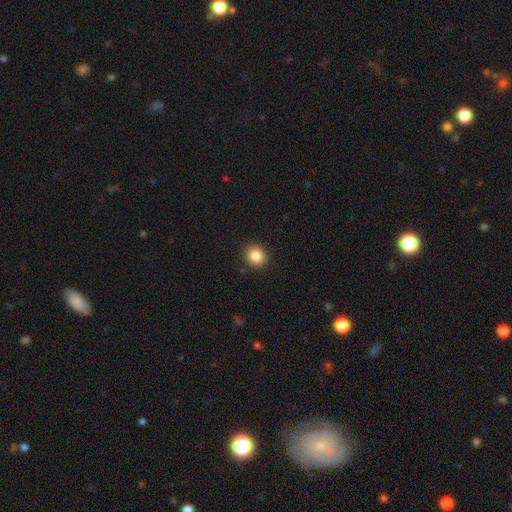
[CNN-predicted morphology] This appears to be a smooth galaxy with no disk features (84%) that is round (80%). Merging: none (91%).